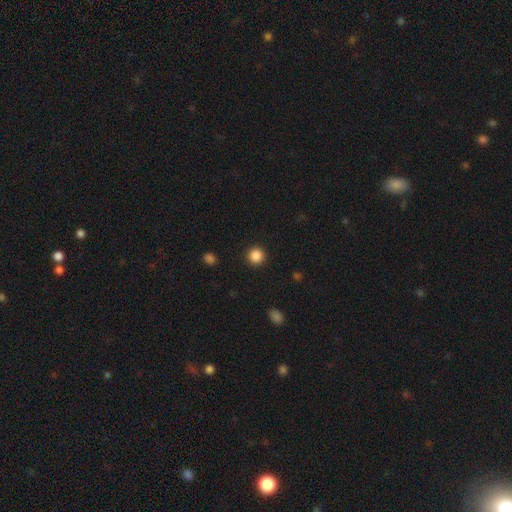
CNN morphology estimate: A smooth galaxy with no disk features (87%) that is round (96%).

Vote fractions:
- Smooth or featured? smooth: 87% / star or artifact: 10% / featured or disk: 3%
- How rounded? round: 96% / in between: 3% / cigar-shaped: 1%
- Merging? none: 93% / minor disturbance: 4% / major disturbance: 2% / merger: 1%